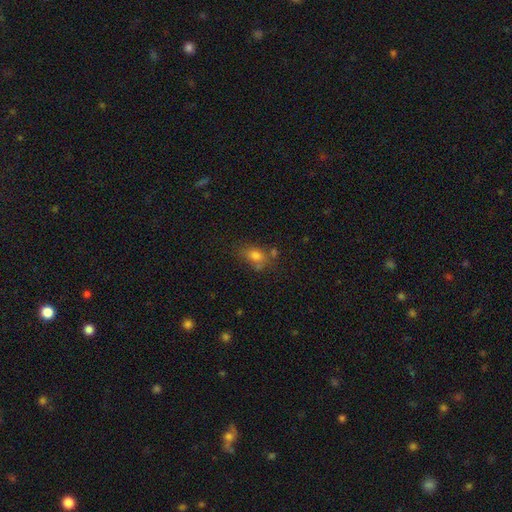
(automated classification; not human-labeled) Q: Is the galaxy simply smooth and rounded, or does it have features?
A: smooth — 75%.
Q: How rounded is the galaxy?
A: in between — 66%.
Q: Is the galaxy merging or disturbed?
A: none — 54%.